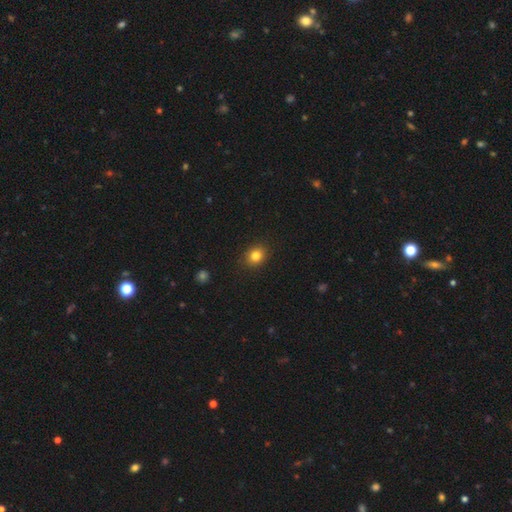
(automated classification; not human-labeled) Q: Smooth or featured?
A: smooth (82%); runner-up: star or artifact (11%)
Q: How rounded?
A: round (61%); runner-up: in between (38%)
Q: Merging?
A: none (89%); runner-up: minor disturbance (8%)